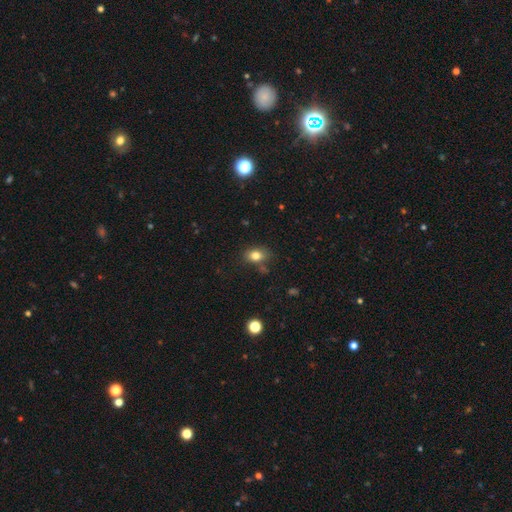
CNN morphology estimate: smooth 80%, star or artifact 11%, featured or disk 8%. Down the decision tree: how rounded — in between (69%); merging — none (70%).